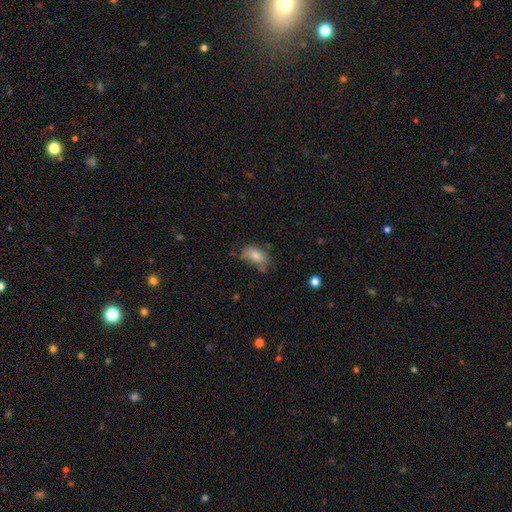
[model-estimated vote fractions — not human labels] smooth 79%, featured or disk 12%, star or artifact 9%. Down the decision tree: how rounded — in between (87%); merging — none (50%).